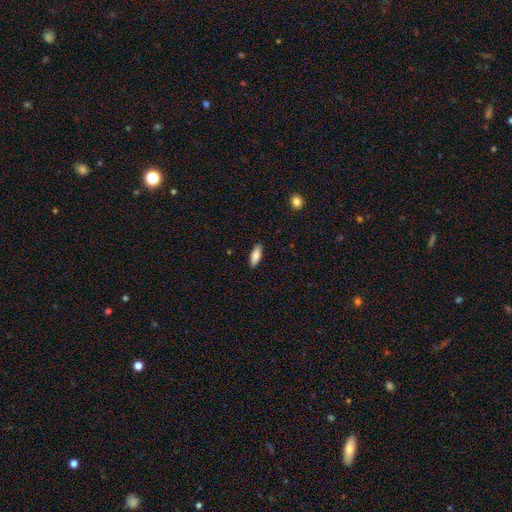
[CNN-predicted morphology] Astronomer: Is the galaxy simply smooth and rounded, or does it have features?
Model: smooth — 86%.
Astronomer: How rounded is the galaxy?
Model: in between — 72%.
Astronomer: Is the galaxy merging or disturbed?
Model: none — 88%.